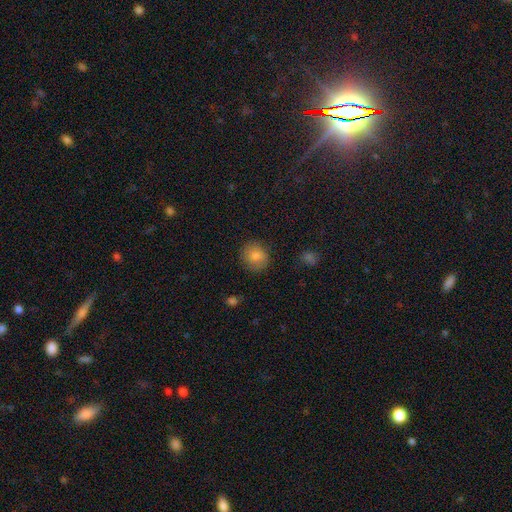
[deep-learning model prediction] smooth 82%, star or artifact 9%, featured or disk 9%. Down the decision tree: how rounded — round (86%); merging — none (86%).